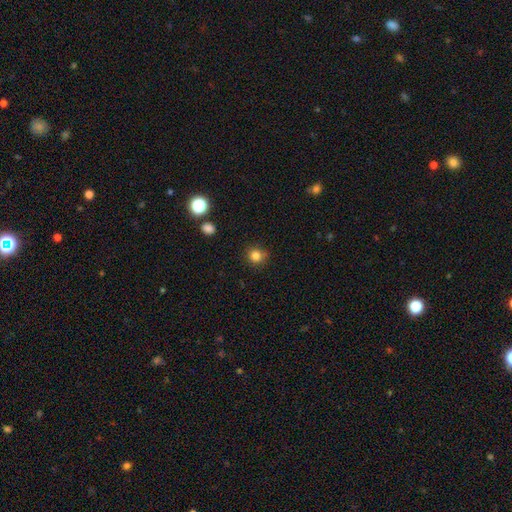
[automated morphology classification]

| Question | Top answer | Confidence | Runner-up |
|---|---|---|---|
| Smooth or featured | smooth | 83% | star or artifact (12%) |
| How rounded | round | 90% | in between (9%) |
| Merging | none | 84% | minor disturbance (11%) |